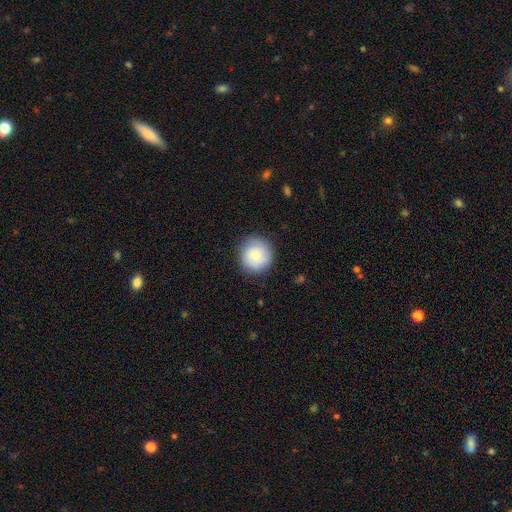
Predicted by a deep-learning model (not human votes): smooth_or_featured: smooth (p=0.73) [alt: featured or disk p=0.20]
how_rounded: round (p=0.93) [alt: in between p=0.06]
merging: none (p=0.83) [alt: minor disturbance p=0.12]